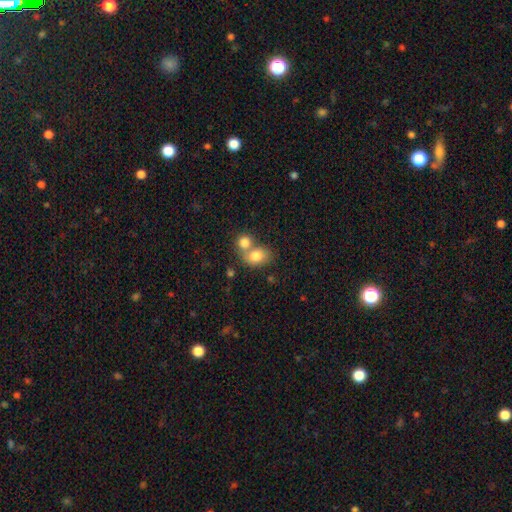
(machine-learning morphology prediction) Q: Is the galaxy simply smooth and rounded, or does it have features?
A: smooth — 79%.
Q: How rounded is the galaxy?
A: in between — 53%.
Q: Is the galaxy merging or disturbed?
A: merger — 54%.